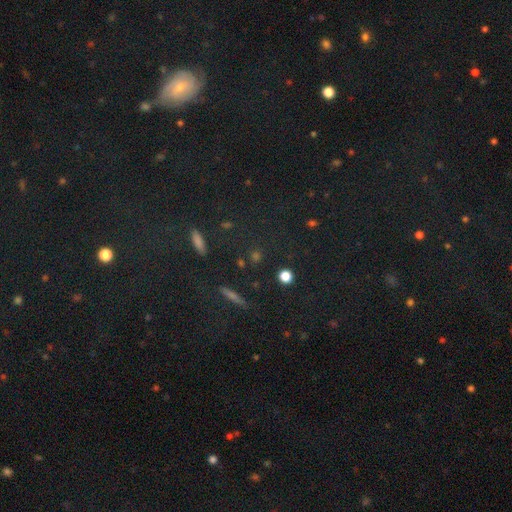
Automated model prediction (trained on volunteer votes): This is possibly a smooth galaxy (49%). Merging: clearly none (85%).